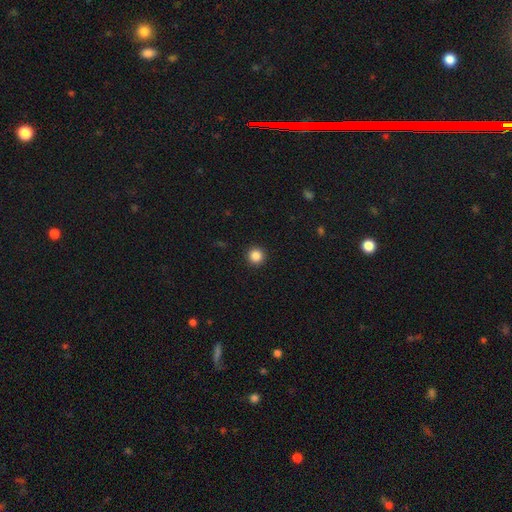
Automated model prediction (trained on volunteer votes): smooth-or-featured: smooth: 86% | star or artifact: 10% | featured or disk: 3%
  how-rounded: round: 96% | in between: 3% | cigar-shaped: 1%
  merging: none: 94% | minor disturbance: 4% | major disturbance: 1% | merger: 1%